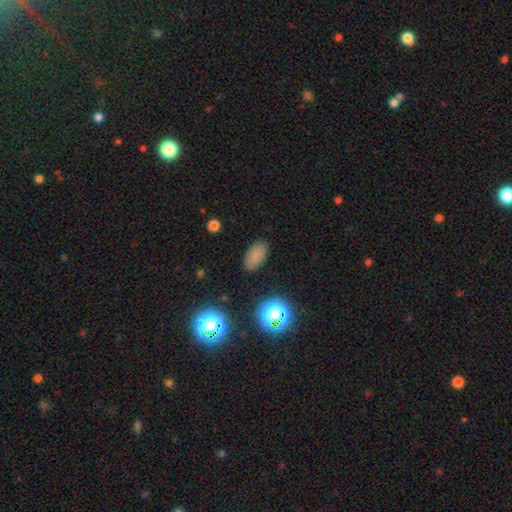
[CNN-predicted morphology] The model was most divided on "smooth or featured": smooth: 80%, star or artifact: 14%, featured or disk: 7%. More confident: how rounded — in between (92%); merging — none (85%).